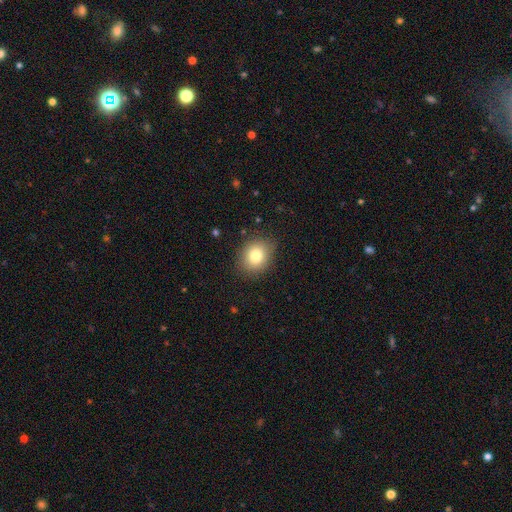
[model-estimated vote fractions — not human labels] A smooth galaxy with no disk features (79%) that is round (60%). Merging: none (85%).